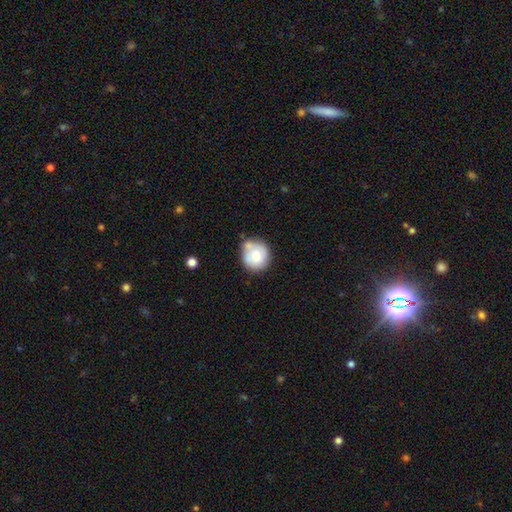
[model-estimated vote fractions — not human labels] The model was most divided on "merging": none: 53%, minor disturbance: 25%, merger: 15%, major disturbance: 6%. More confident: how rounded — round (87%); smooth or featured — smooth (71%).